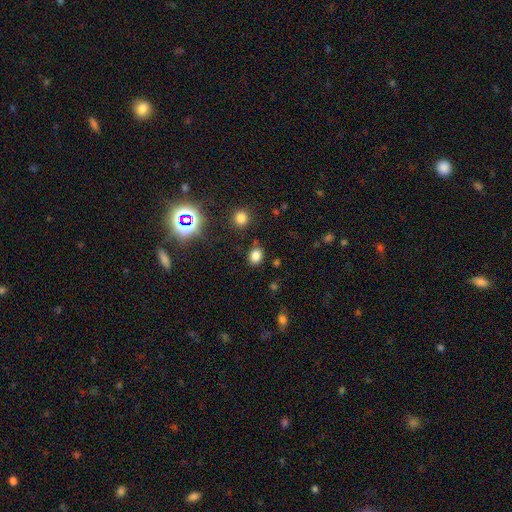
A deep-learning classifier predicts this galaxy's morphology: A smooth galaxy with no disk features (79%) that is in between round and cigar-shaped (51%).

Vote fractions:
- Smooth or featured? smooth: 79% / star or artifact: 16% / featured or disk: 5%
- How rounded? in between: 51% / round: 48% / cigar-shaped: 1%
- Merging? none: 83% / minor disturbance: 10% / merger: 4% / major disturbance: 3%